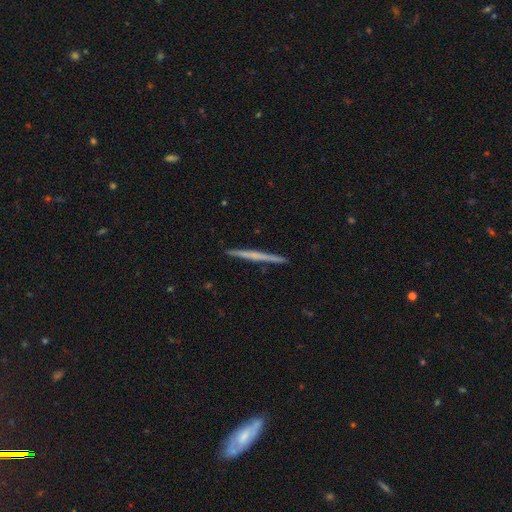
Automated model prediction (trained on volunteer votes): Morphology: type=featured or disk (58%); edge-on=yes (98%); edge-on bulge=none (76%); merging=none (92%).